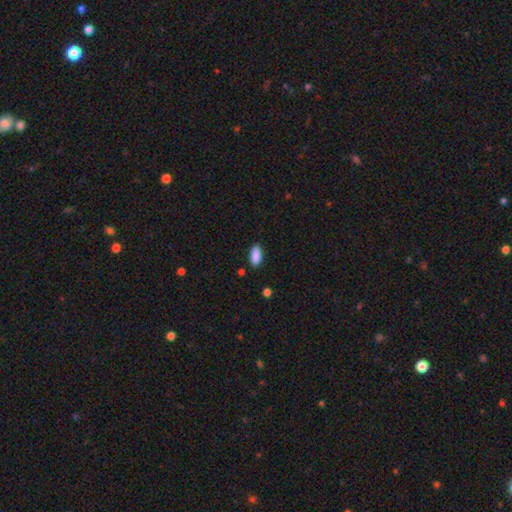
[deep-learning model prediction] This is clearly a smooth galaxy (89%). How rounded: clearly in between (86%). Merging: clearly none (86%).